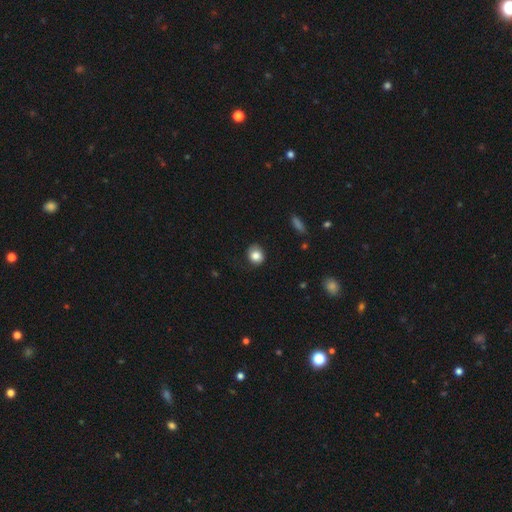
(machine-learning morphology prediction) Smooth or featured: smooth — 83% (featured or disk — 9%)
How rounded: round — 66% (in between — 33%)
Merging: none — 71% (minor disturbance — 22%)